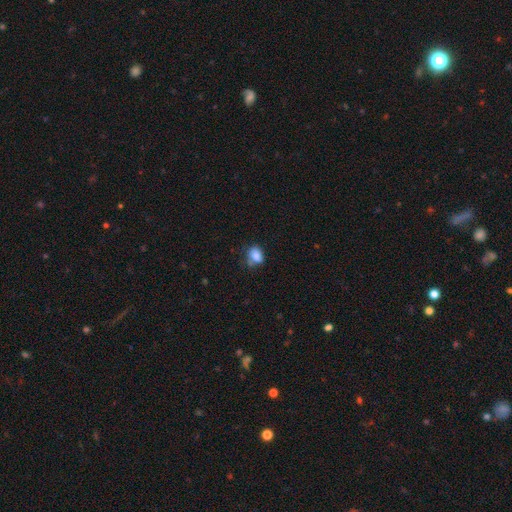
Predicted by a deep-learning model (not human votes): The model was most divided on "merging": none: 51%, minor disturbance: 30%, major disturbance: 11%, merger: 8%. More confident: smooth or featured — smooth (81%); how rounded — in between (69%).